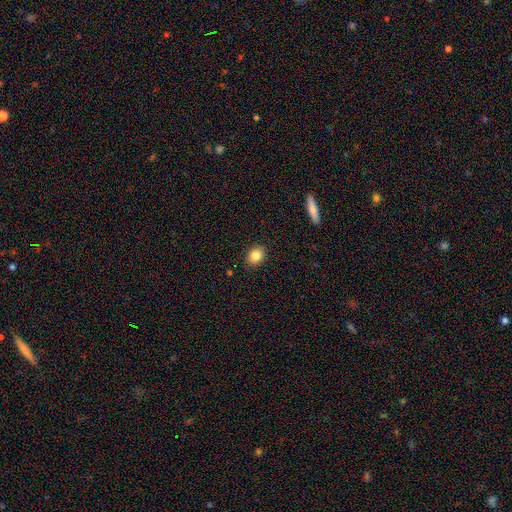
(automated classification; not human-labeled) Smooth or featured? smooth (84%)
How rounded? in between (59%)
Merging? none (89%)